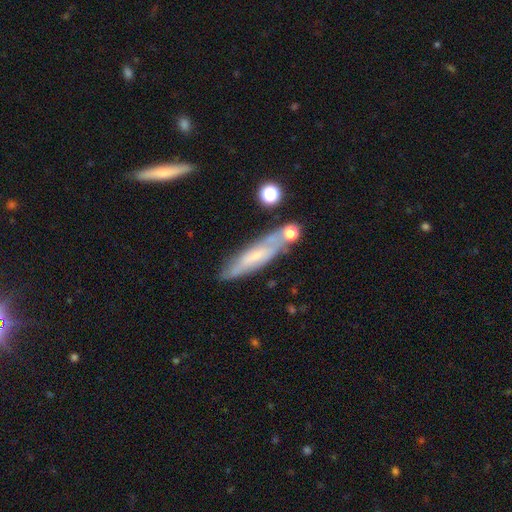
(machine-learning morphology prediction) smooth-or-featured: featured or disk: 52% | smooth: 40% | star or artifact: 8%
  disk-edge-on: yes: 54% | no: 46%
  merging: none: 67% | minor disturbance: 19% | merger: 9% | major disturbance: 5%